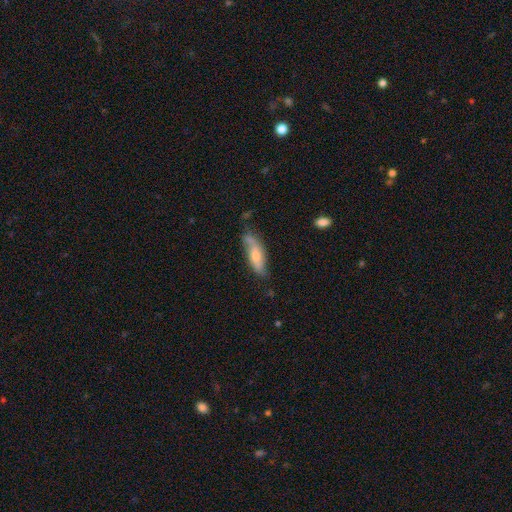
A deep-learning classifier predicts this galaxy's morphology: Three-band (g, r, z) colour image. It shows a smooth galaxy with no disk features (51%) that is in between round and cigar-shaped (56%). Merging: none (56%).